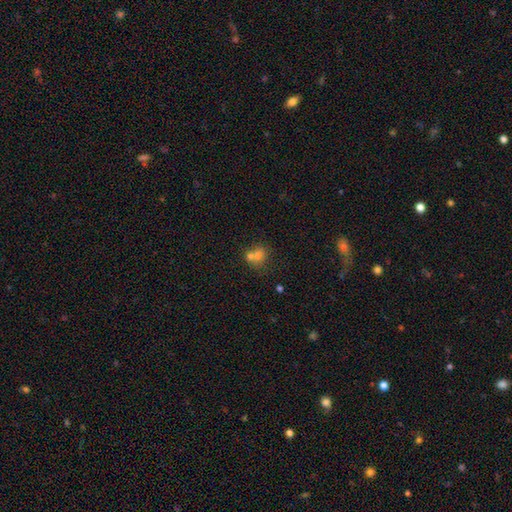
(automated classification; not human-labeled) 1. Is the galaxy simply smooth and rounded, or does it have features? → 70% smooth, 16% featured or disk, 13% star or artifact.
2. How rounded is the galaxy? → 77% round, 22% in between, 1% cigar-shaped.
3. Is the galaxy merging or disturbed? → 55% merger, 35% none, 7% minor disturbance, 3% major disturbance.